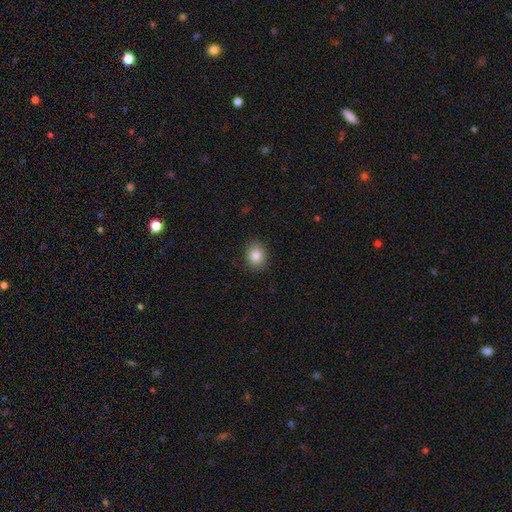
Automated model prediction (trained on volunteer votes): smooth_or_featured: smooth (p=0.83) [alt: star or artifact p=0.10]
how_rounded: round (p=0.60) [alt: in between p=0.39]
merging: none (p=0.89) [alt: minor disturbance p=0.08]